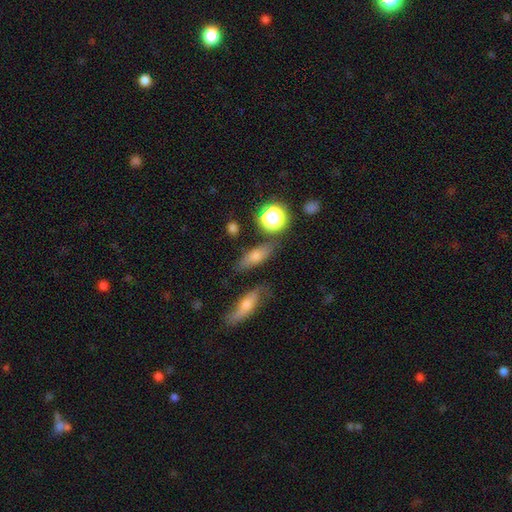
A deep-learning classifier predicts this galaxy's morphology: The model was most divided on "how rounded": in between: 60%, cigar-shaped: 26%, round: 14%. More confident: merging — none (76%); smooth or featured — smooth (65%).